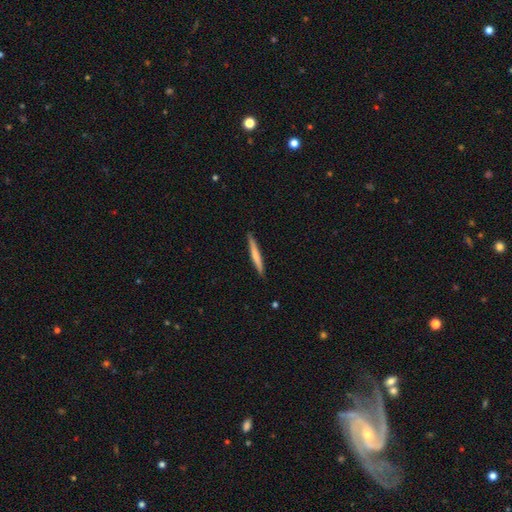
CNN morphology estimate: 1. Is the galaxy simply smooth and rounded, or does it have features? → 63% smooth, 32% featured or disk, 5% star or artifact.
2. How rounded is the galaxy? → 96% cigar-shaped, 3% in between, 1% round.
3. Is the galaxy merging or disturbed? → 89% none, 8% minor disturbance, 1% major disturbance, 1% merger.